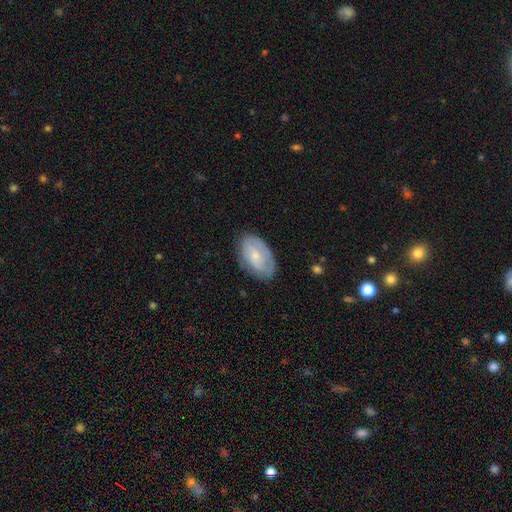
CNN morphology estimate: Smooth or featured: smooth — 52% (featured or disk — 42%)
How rounded: in between — 92% (round — 7%)
Merging: none — 74% (minor disturbance — 19%)